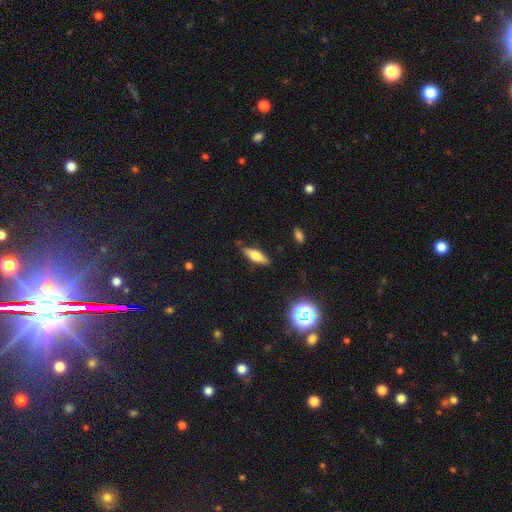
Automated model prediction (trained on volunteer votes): A smooth galaxy with no disk features (55%) that is in between round and cigar-shaped (50%).

Vote fractions:
- Smooth or featured? smooth: 55% / featured or disk: 36% / star or artifact: 9%
- How rounded? in between: 50% / cigar-shaped: 47% / round: 3%
- Merging? none: 80% / minor disturbance: 14% / major disturbance: 3% / merger: 2%